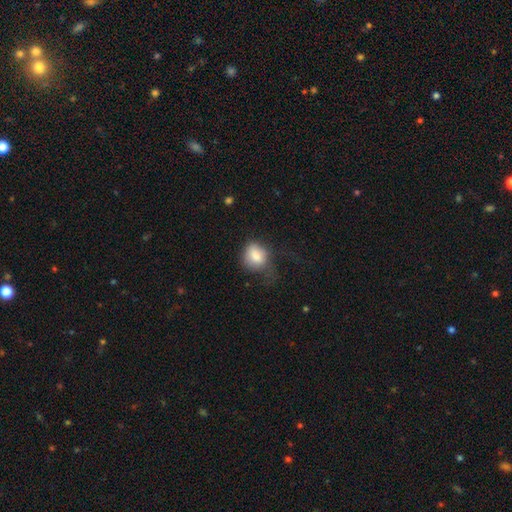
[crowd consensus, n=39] Overall: smooth (85%). How rounded: round (61%; in between 39%). Merging: none (49%; major disturbance 27%).